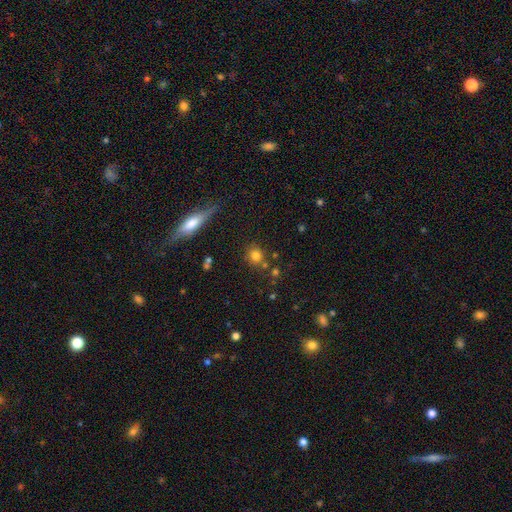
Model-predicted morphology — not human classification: The model was most divided on "smooth or featured": smooth: 77%, star or artifact: 14%, featured or disk: 9%. More confident: how rounded — round (83%); merging — none (75%).